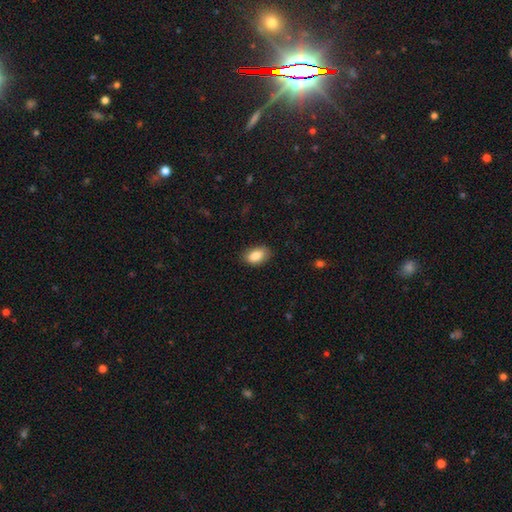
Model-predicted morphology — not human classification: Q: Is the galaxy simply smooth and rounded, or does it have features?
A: smooth — 85%.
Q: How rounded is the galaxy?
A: in between — 90%.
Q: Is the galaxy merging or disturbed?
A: none — 81%.